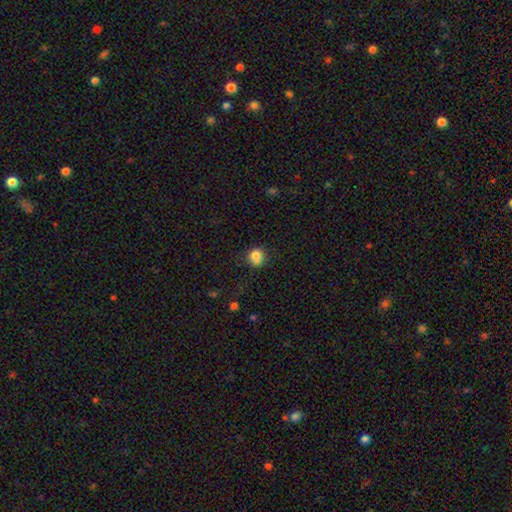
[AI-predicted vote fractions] Smooth or featured?
  - smooth: 82% *
  - star or artifact: 11%
  - featured or disk: 7%
How rounded?
  - round: 73% *
  - in between: 26%
  - cigar-shaped: 1%
Merging?
  - none: 67% *
  - minor disturbance: 23%
  - major disturbance: 6%
  - merger: 4%